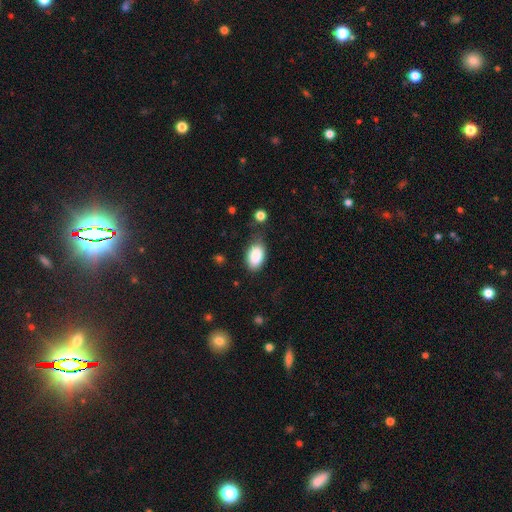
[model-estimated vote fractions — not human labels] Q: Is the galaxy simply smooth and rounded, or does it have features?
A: smooth — 88%.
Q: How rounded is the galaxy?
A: in between — 93%.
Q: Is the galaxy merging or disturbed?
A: none — 69%.